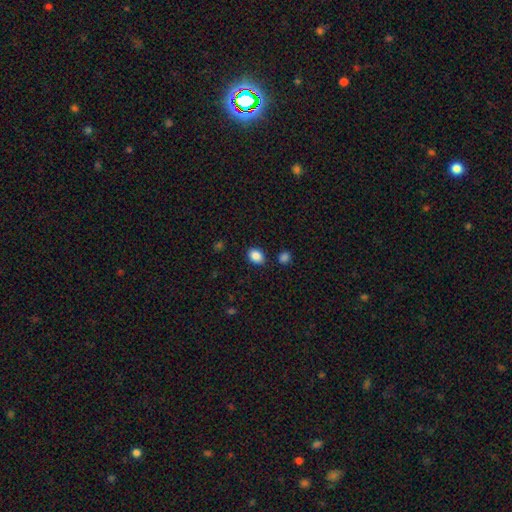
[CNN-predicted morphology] Q: Smooth or featured?
A: smooth (87%); runner-up: star or artifact (9%)
Q: How rounded?
A: in between (67%); runner-up: round (32%)
Q: Merging?
A: none (84%); runner-up: minor disturbance (10%)